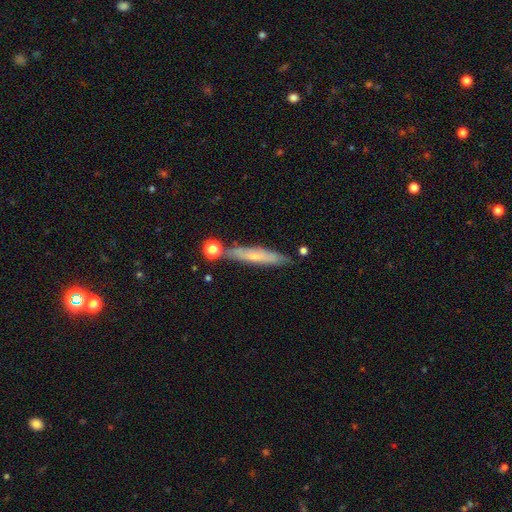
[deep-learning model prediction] Q: Smooth or featured?
A: smooth (49%); runner-up: featured or disk (43%)
Q: Merging?
A: none (74%); runner-up: minor disturbance (15%)